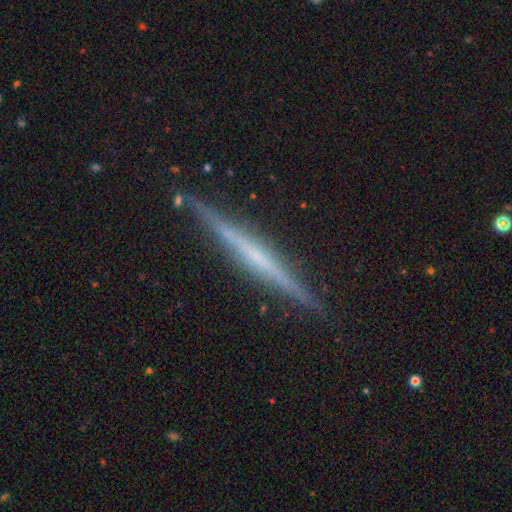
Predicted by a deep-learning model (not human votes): A featured or disk galaxy (76%) viewed edge-on (98%) with no central bulge (65%). Merging: none (90%).